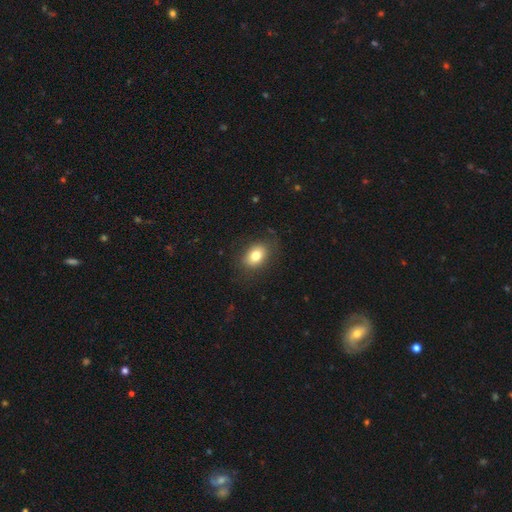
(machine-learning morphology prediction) smooth_or_featured: smooth (p=0.79) [alt: featured or disk p=0.12]
how_rounded: in between (p=0.75) [alt: round p=0.24]
merging: none (p=0.81) [alt: minor disturbance p=0.13]